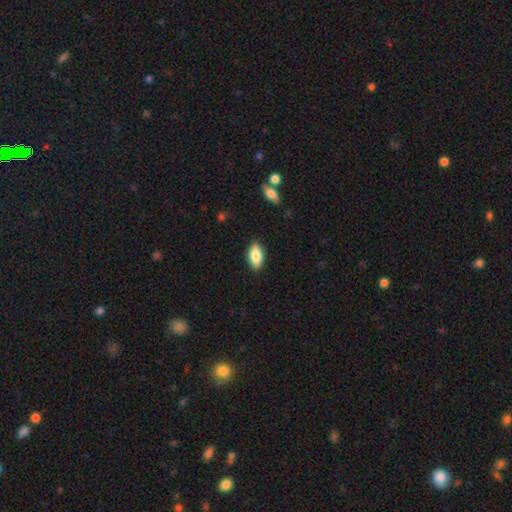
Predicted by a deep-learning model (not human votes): A smooth galaxy with no disk features (79%) that is in between round and cigar-shaped (87%).

Vote fractions:
- Smooth or featured? smooth: 79% / featured or disk: 14% / star or artifact: 7%
- How rounded? in between: 87% / cigar-shaped: 11% / round: 3%
- Merging? none: 87% / minor disturbance: 10% / major disturbance: 2% / merger: 1%